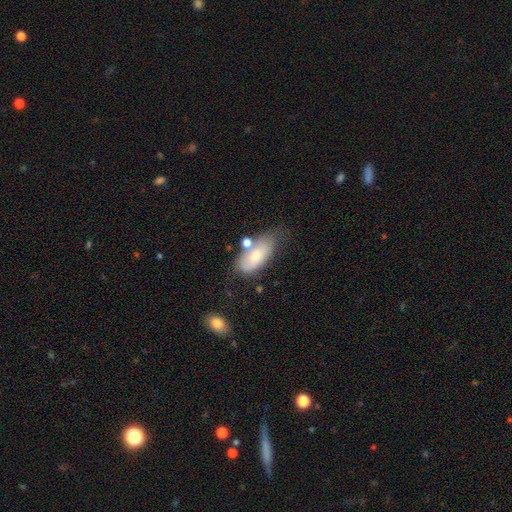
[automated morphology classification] Smooth or featured?
  - smooth: 66% *
  - featured or disk: 27%
  - star or artifact: 7%
How rounded?
  - in between: 89% *
  - cigar-shaped: 8%
  - round: 3%
Merging?
  - none: 49% *
  - minor disturbance: 27%
  - merger: 15%
  - major disturbance: 10%